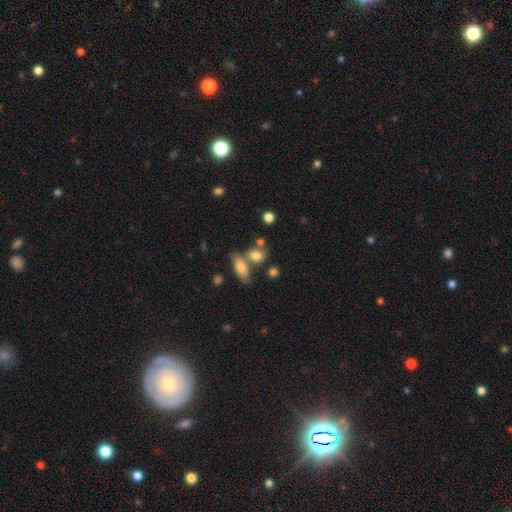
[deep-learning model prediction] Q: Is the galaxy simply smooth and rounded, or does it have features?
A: smooth — 78%.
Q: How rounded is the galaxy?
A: in between — 66%.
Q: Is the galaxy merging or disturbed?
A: none — 47%.